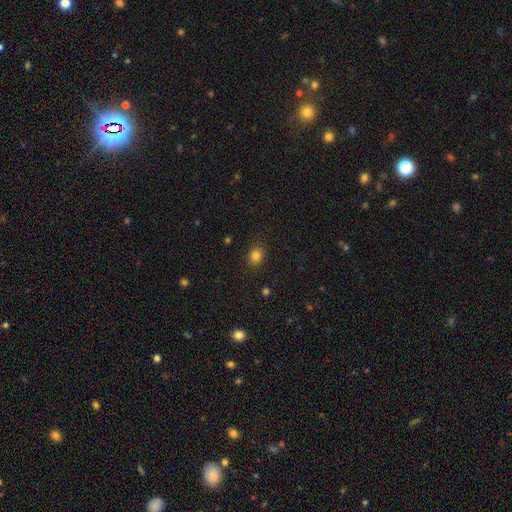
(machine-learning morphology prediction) This is clearly a smooth galaxy (82%). How rounded: possibly round (55%). Merging: clearly none (86%).